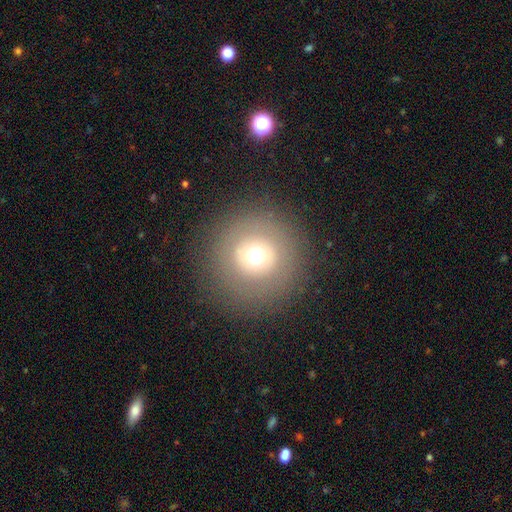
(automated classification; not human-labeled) Morphology: type=smooth (64%); roundness=round (96%); merging=none (87%).